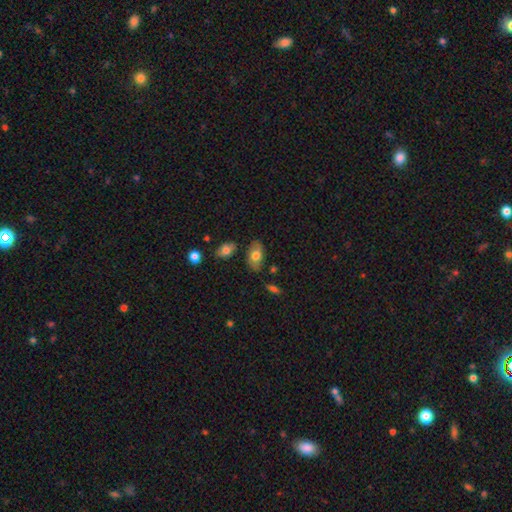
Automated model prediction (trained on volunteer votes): Smooth or featured: smooth — 70% (featured or disk — 23%)
How rounded: in between — 93% (round — 5%)
Merging: none — 77% (minor disturbance — 15%)